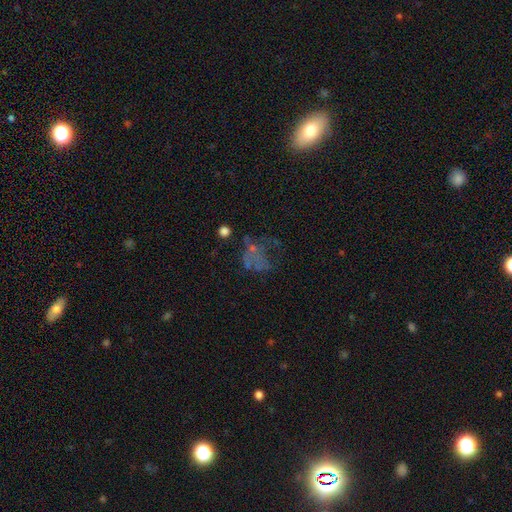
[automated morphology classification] The model was most divided on "merging": none: 38%, major disturbance: 37%, minor disturbance: 17%, merger: 8%. Remaining: smooth or featured — featured or disk (38%).